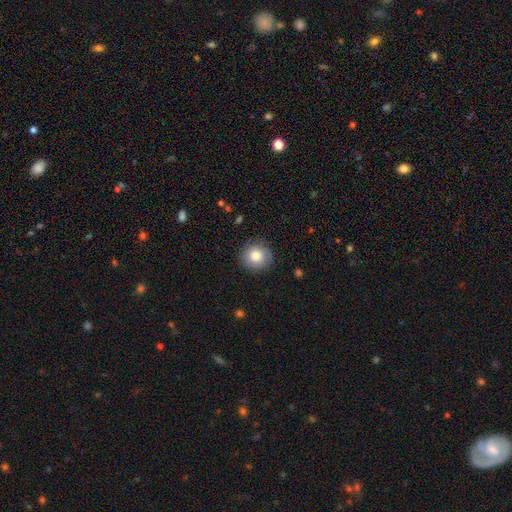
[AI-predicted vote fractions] Morphology: type=smooth (84%); roundness=round (92%); merging=none (88%).